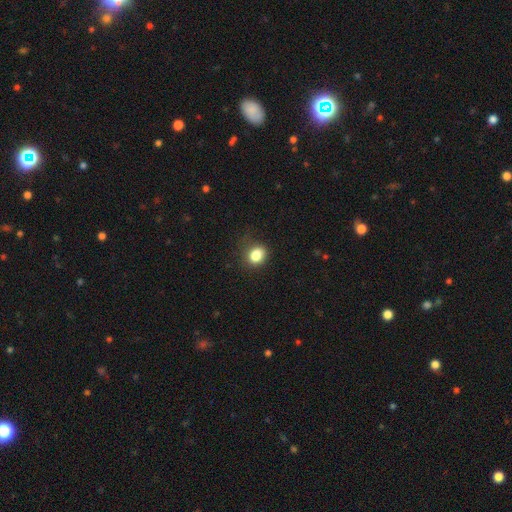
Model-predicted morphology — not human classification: type=smooth (84%); roundness=round (52%); merging=none (71%).